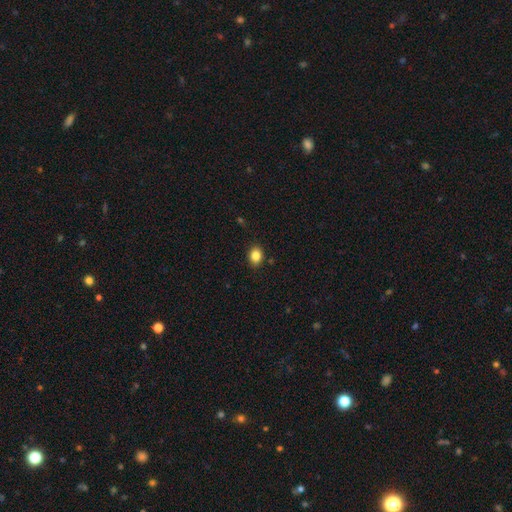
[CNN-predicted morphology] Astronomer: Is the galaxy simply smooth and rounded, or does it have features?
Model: smooth — 84%.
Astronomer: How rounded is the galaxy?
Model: in between — 55% (runner-up: round, 44%).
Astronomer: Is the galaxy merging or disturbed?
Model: none — 88%.